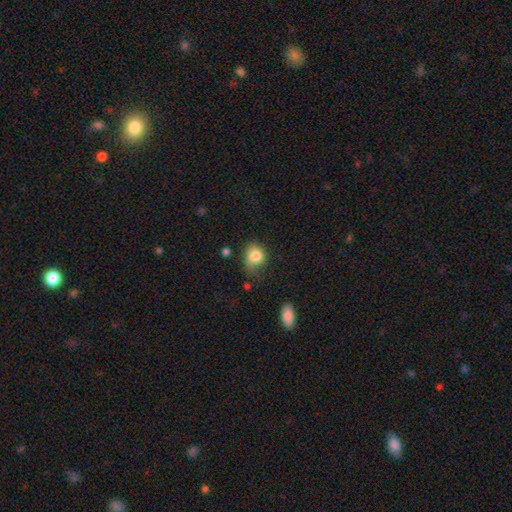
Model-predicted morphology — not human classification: Smooth or featured: smooth — 81% (featured or disk — 10%)
How rounded: round — 50% (in between — 49%)
Merging: none — 42% (minor disturbance — 36%)